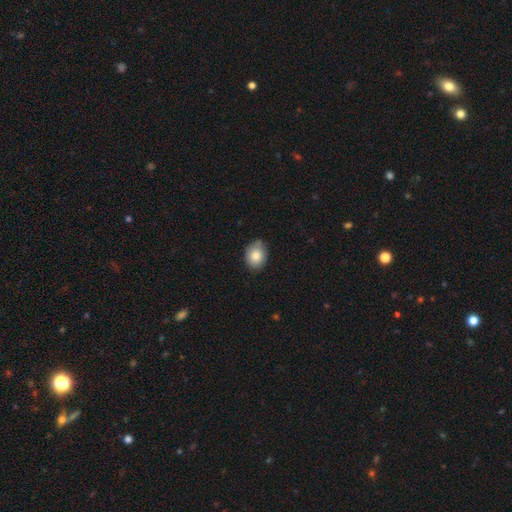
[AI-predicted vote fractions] This is clearly a smooth galaxy (81%). How rounded: possibly in between (52%). Merging: likely none (76%).